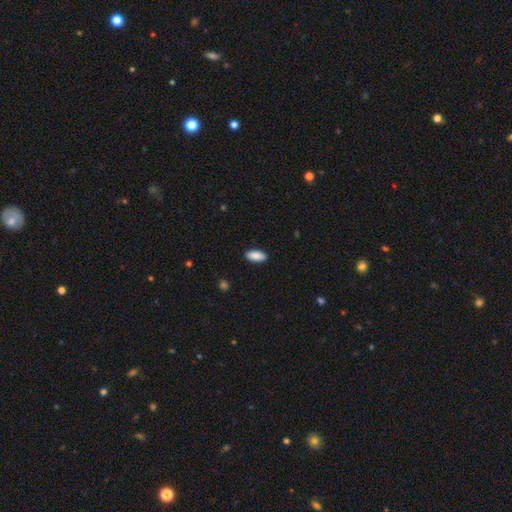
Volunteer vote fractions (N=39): This appears to be a smooth galaxy with no disk features (92%) that is in between round and cigar-shaped (100%). Merging: none (97%).